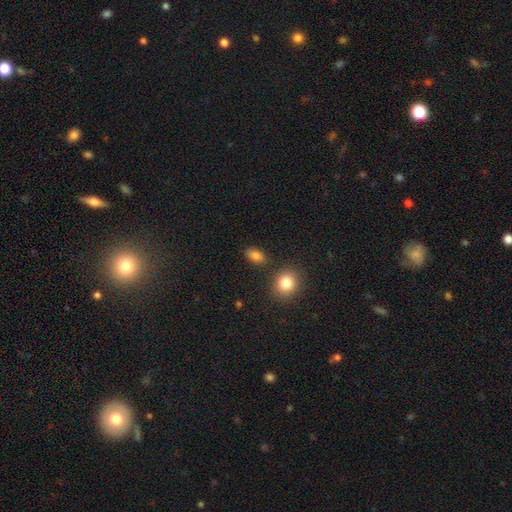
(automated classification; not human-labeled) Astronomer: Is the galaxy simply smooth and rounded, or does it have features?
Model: smooth — 85%.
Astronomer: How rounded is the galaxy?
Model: in between — 85%.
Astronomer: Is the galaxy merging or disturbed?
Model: none — 84%.